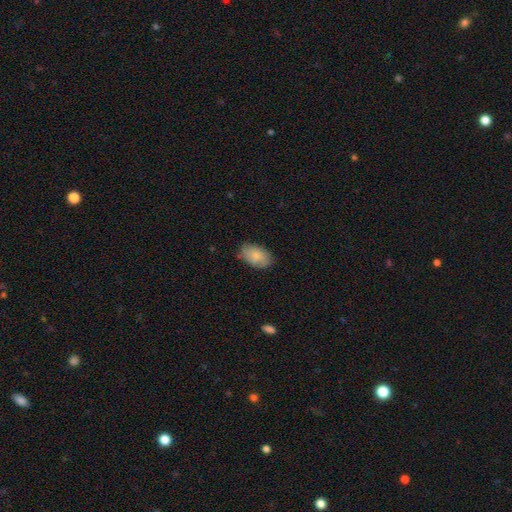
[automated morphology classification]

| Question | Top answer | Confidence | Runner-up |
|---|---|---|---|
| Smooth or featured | smooth | 79% | featured or disk (15%) |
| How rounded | in between | 92% | round (7%) |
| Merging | none | 78% | minor disturbance (17%) |